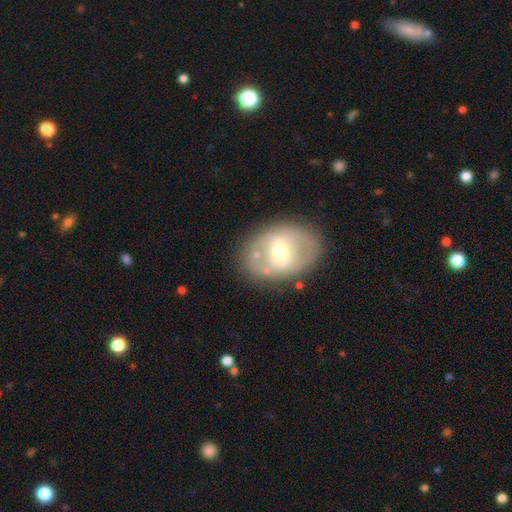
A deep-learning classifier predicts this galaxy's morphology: Smooth or featured? Predicted: featured or disk (p=0.62). Edge-on disk? Predicted: no (p=0.93). Bar? Predicted: weak (p=0.43). Spiral arms? Predicted: no (p=0.66). Bulge size? Predicted: moderate (p=0.65). Merging? Predicted: none (p=0.75).